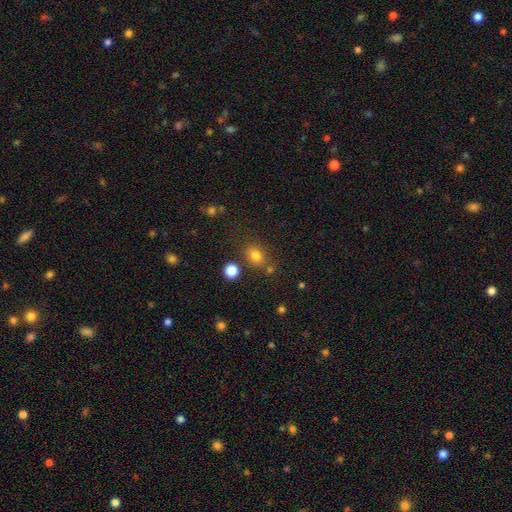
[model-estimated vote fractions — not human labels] smooth 78%, star or artifact 14%, featured or disk 7%. Down the decision tree: how rounded — round (52%); merging — none (72%).